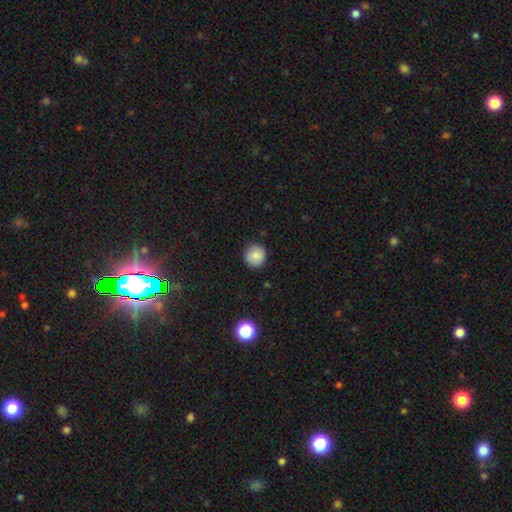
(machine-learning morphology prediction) Q: Smooth or featured?
A: smooth (84%); runner-up: star or artifact (9%)
Q: How rounded?
A: round (94%); runner-up: in between (5%)
Q: Merging?
A: none (88%); runner-up: minor disturbance (9%)